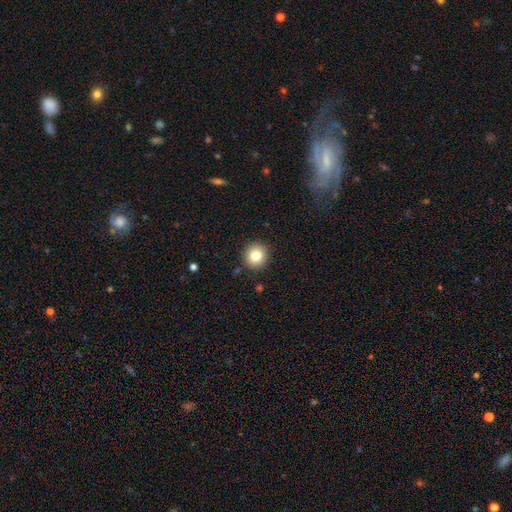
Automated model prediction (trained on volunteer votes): Smooth or featured: smooth — 81% (star or artifact — 10%)
How rounded: round — 92% (in between — 7%)
Merging: none — 90% (minor disturbance — 6%)